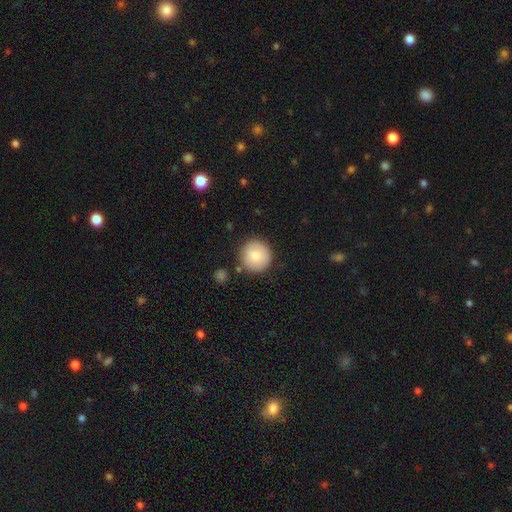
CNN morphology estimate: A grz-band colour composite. It shows a smooth galaxy with no disk features (86%) that is round (95%). Merging: none (85%).